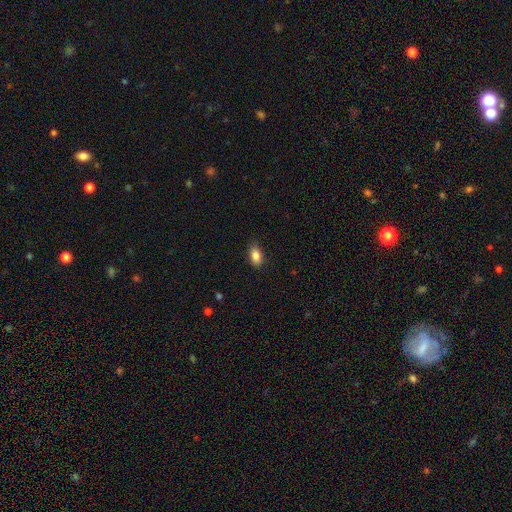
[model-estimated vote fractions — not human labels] Smooth or featured: smooth — 86% (star or artifact — 8%)
How rounded: in between — 89% (round — 7%)
Merging: none — 83% (minor disturbance — 13%)